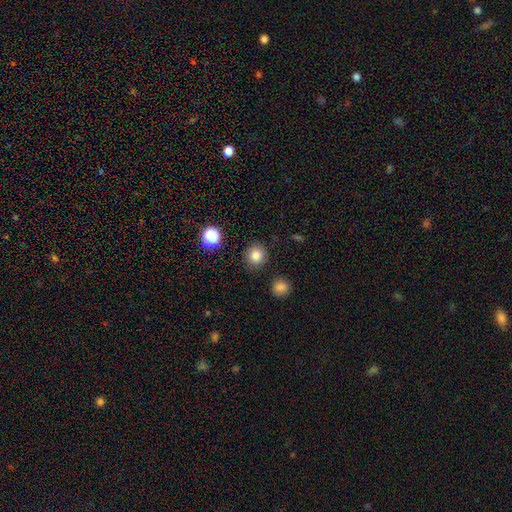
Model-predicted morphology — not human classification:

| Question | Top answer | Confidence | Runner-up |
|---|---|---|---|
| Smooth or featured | smooth | 83% | star or artifact (12%) |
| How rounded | round | 90% | in between (9%) |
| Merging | none | 88% | minor disturbance (7%) |